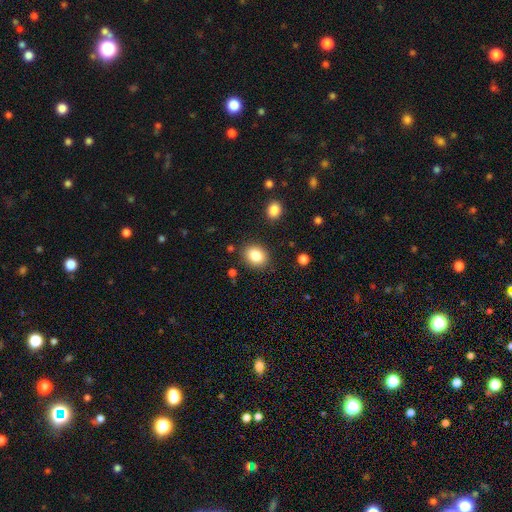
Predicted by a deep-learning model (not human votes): Overall: smooth (86%). How rounded: in between (53%; round 46%). Merging: none (85%).